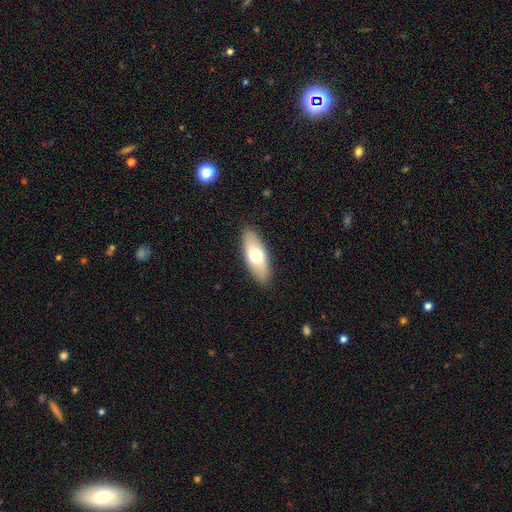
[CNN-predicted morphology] The model was most divided on "smooth or featured": smooth: 66%, featured or disk: 28%, star or artifact: 6%. More confident: merging — none (88%); how rounded — in between (77%).